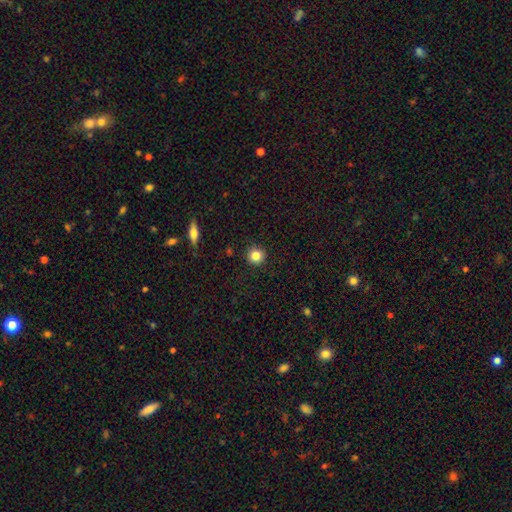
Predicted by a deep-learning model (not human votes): smooth_or_featured: smooth (p=0.84) [alt: star or artifact p=0.11]
how_rounded: round (p=0.93) [alt: in between p=0.06]
merging: none (p=0.91) [alt: minor disturbance p=0.06]